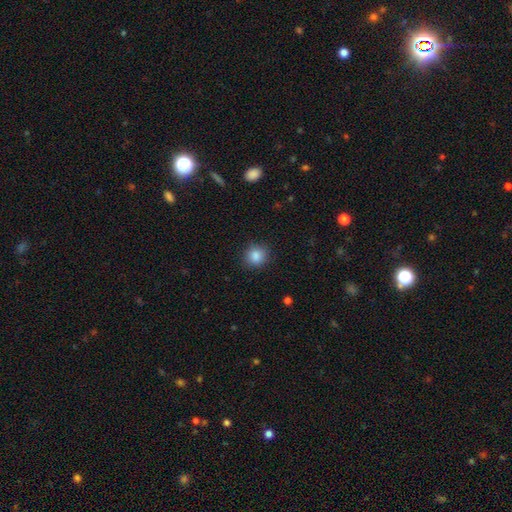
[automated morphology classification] Q: Smooth or featured?
A: smooth (86%); runner-up: star or artifact (10%)
Q: How rounded?
A: round (86%); runner-up: in between (13%)
Q: Merging?
A: none (88%); runner-up: minor disturbance (9%)